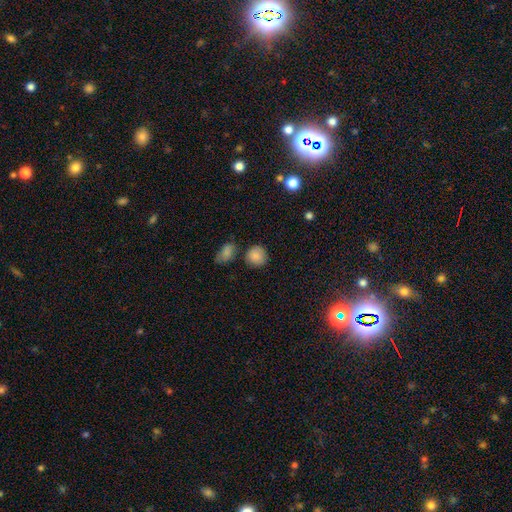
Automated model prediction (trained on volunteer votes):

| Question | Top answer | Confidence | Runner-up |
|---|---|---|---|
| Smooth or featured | smooth | 85% | star or artifact (10%) |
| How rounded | round | 87% | in between (12%) |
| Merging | none | 77% | minor disturbance (11%) |